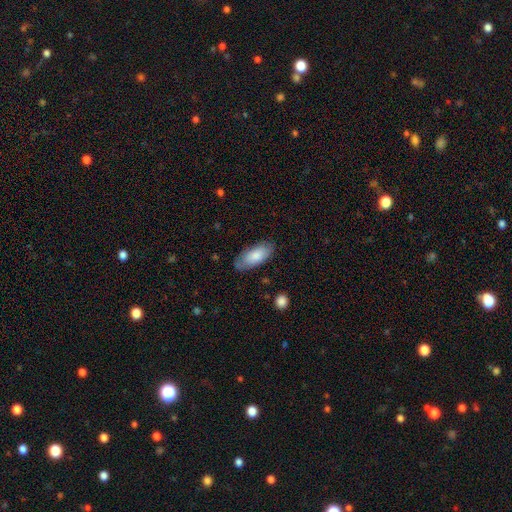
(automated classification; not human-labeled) Smooth or featured: smooth — 76% (featured or disk — 18%)
How rounded: in between — 88% (cigar-shaped — 10%)
Merging: none — 77% (minor disturbance — 18%)